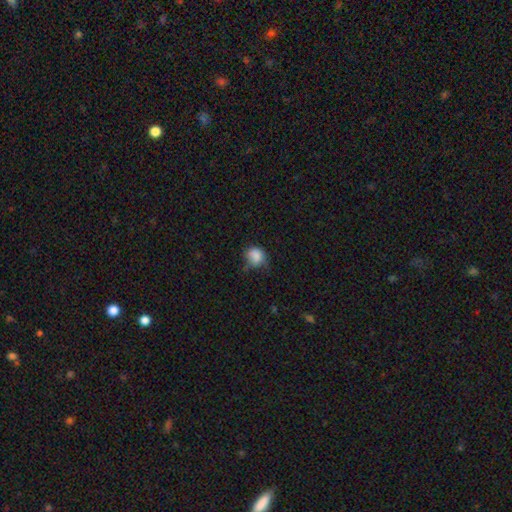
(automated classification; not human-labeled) smooth_or_featured: smooth (p=0.81) [alt: star or artifact p=0.10]
how_rounded: round (p=0.67) [alt: in between p=0.33]
merging: none (p=0.45) [alt: minor disturbance p=0.37]